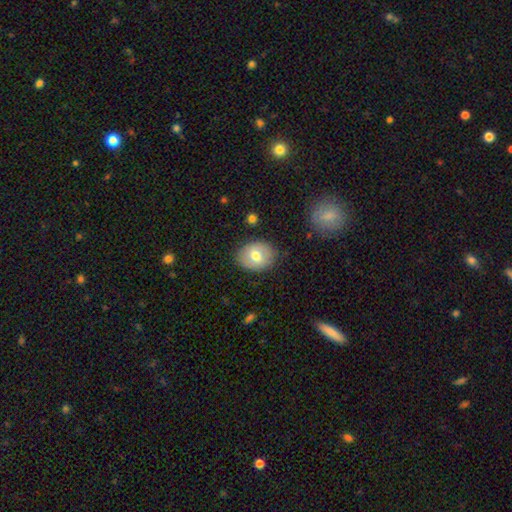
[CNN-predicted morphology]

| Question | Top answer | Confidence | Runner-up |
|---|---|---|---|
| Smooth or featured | smooth | 69% | featured or disk (23%) |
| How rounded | in between | 56% | round (44%) |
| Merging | none | 83% | minor disturbance (12%) |